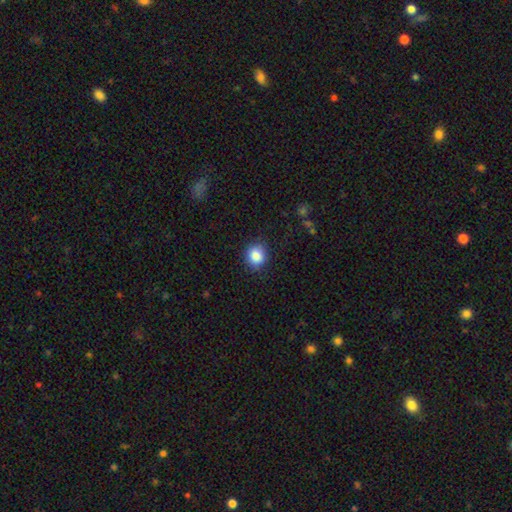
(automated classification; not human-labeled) Smooth or featured? smooth (86%)
How rounded? round (77%)
Merging? none (86%)